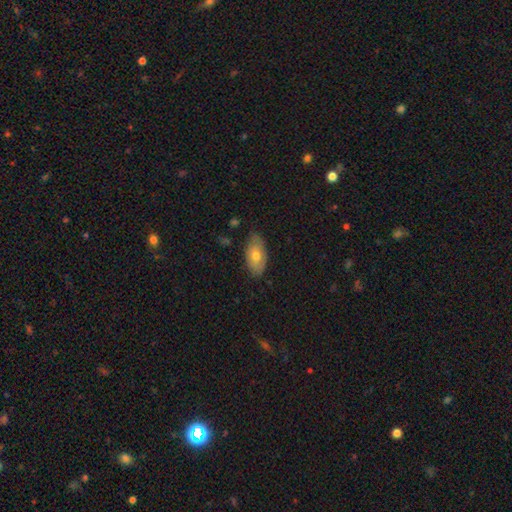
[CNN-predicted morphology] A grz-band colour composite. It shows a smooth galaxy with no disk features (66%) that is in between round and cigar-shaped (92%). Merging: none (78%).